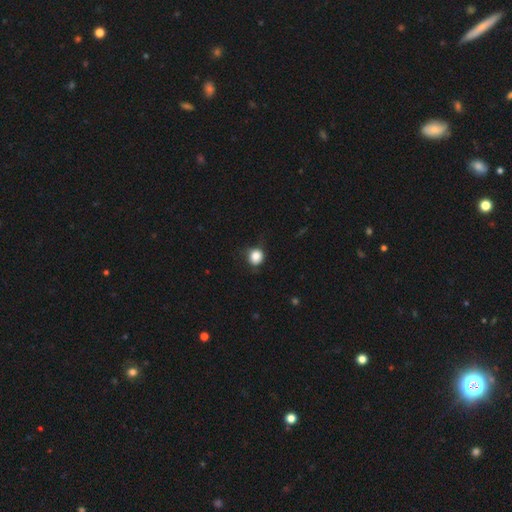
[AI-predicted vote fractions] A smooth galaxy with no disk features (82%) that is round (81%).

Vote fractions:
- Smooth or featured? smooth: 82% / star or artifact: 10% / featured or disk: 8%
- How rounded? round: 81% / in between: 19% / cigar-shaped: 1%
- Merging? none: 68% / minor disturbance: 24% / major disturbance: 7% / merger: 1%